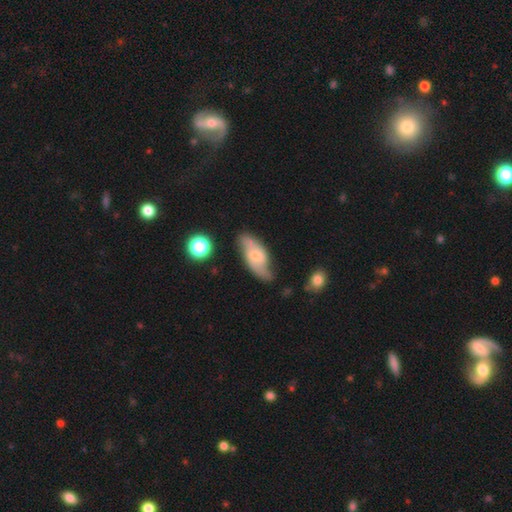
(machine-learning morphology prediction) smooth-or-featured: featured or disk: 58% | smooth: 35% | star or artifact: 7%
  disk-edge-on: no: 88% | yes: 12%
    bar: weak: 49% | no: 37% | strong: 14%
    has-spiral-arms: yes: 85% | no: 15%
    bulge-size: small: 46% | moderate: 39% | none: 8% | large: 6% | dominant: 1%
  merging: none: 62% | minor disturbance: 26% | major disturbance: 9% | merger: 4%